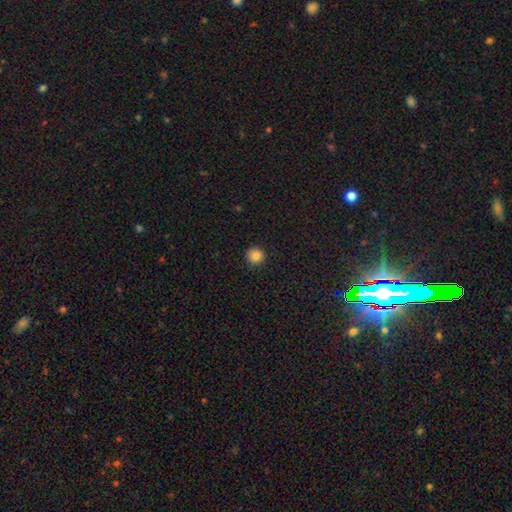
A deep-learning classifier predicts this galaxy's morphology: Smooth or featured: smooth — 85% (star or artifact — 11%)
How rounded: round — 94% (in between — 5%)
Merging: none — 91% (minor disturbance — 6%)